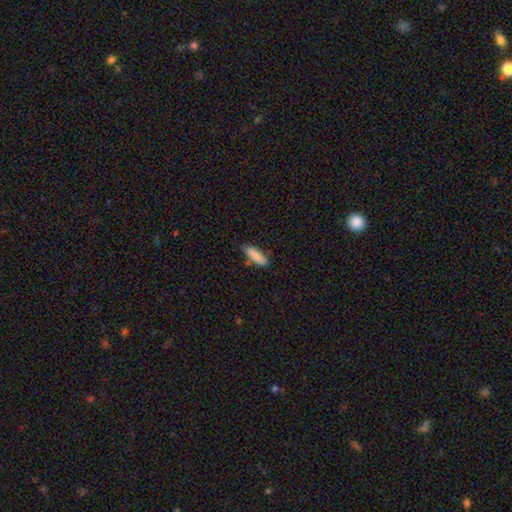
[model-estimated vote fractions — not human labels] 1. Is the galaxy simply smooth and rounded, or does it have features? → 87% smooth, 6% featured or disk, 6% star or artifact.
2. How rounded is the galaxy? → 53% in between, 46% cigar-shaped, 2% round.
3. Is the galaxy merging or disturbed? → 73% none, 21% minor disturbance, 3% major disturbance, 3% merger.